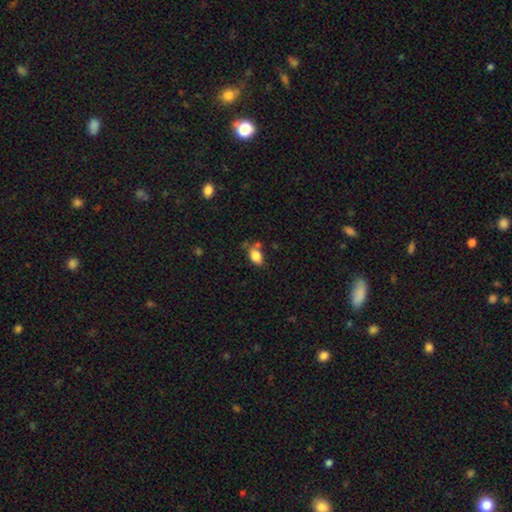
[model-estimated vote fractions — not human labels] smooth 84%, star or artifact 9%, featured or disk 6%. Down the decision tree: how rounded — in between (85%); merging — none (62%).